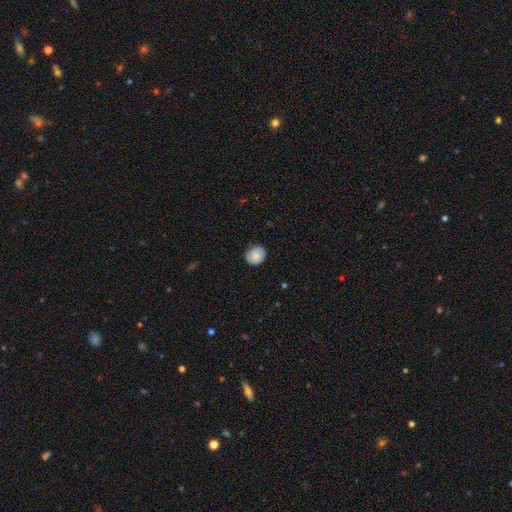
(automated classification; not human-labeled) Morphology: type=smooth (82%); roundness=round (79%); merging=none (85%).